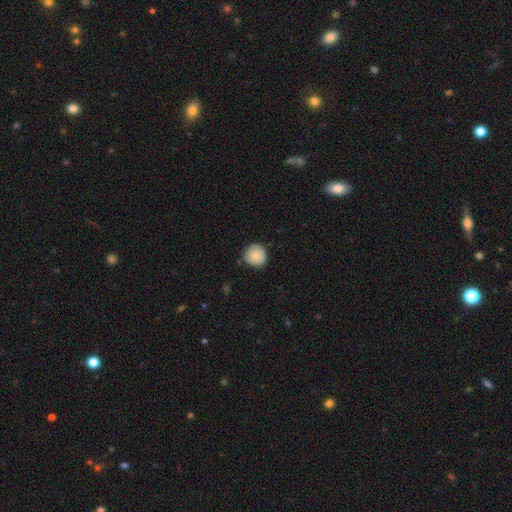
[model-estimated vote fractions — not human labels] A smooth galaxy with no disk features (79%) that is round (90%). Merging: none (77%).